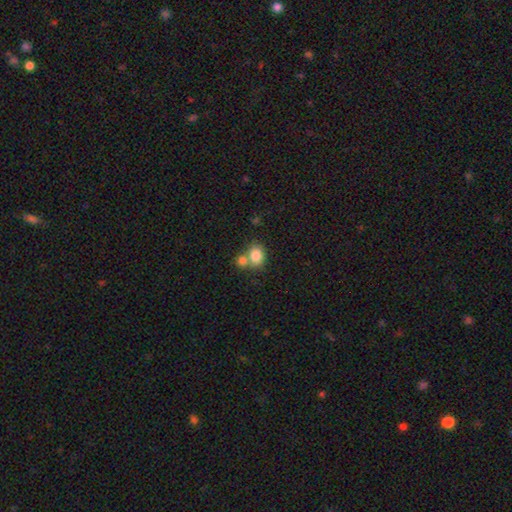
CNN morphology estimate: type=smooth (82%); roundness=round (51%); merging=none (46%).